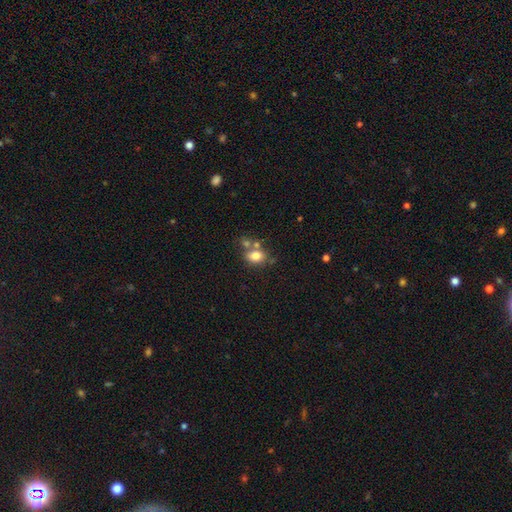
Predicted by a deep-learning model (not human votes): Morphology: type=smooth (76%); roundness=in between (65%); merging=none (49%).